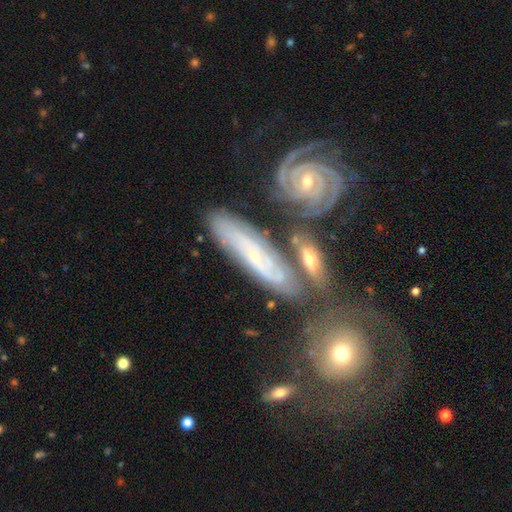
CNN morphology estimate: featured or disk 74%, smooth 17%, star or artifact 8%. Down the decision tree: edge-on disk — no (80%); bar — no (56%); spiral arms — yes (94%); spiral arm count — can't tell (39%); spiral winding — tight (75%); bulge size — small (72%); merging — none (64%).